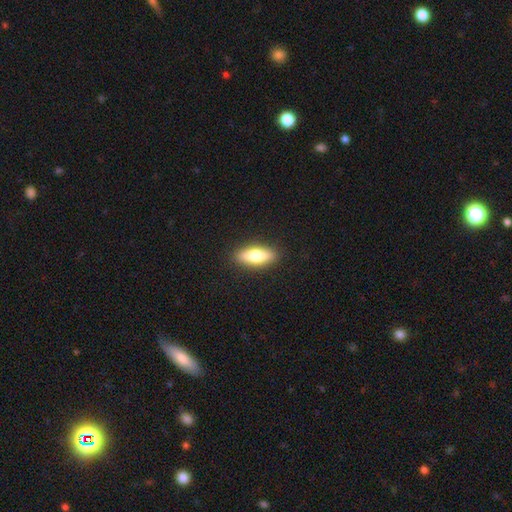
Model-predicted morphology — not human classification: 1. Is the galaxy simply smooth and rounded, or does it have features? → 67% smooth, 27% featured or disk, 6% star or artifact.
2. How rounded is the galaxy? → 58% in between, 39% cigar-shaped, 3% round.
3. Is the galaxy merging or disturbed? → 89% none, 8% minor disturbance, 2% major disturbance, 1% merger.